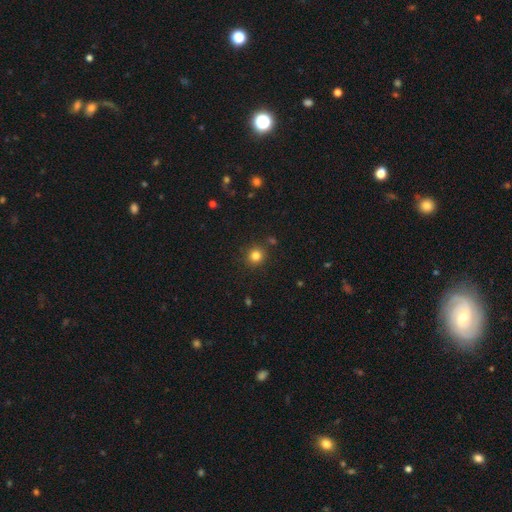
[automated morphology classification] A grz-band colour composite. It shows a smooth galaxy with no disk features (81%) that is round (92%). Merging: none (88%).